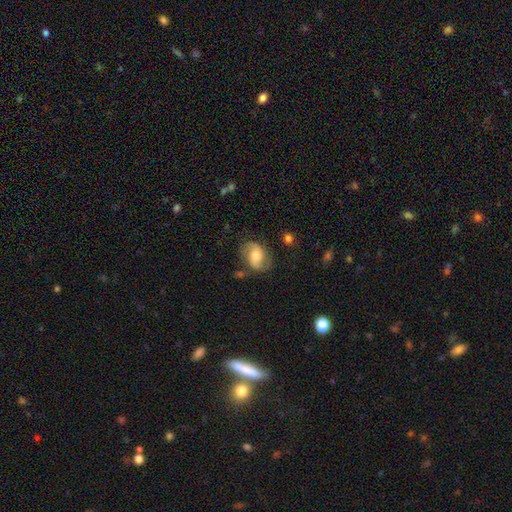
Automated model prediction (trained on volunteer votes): smooth-or-featured: featured or disk: 51% | smooth: 41% | star or artifact: 8%
  disk-edge-on: no: 96% | yes: 4%
  merging: none: 69% | minor disturbance: 20% | major disturbance: 8% | merger: 3%